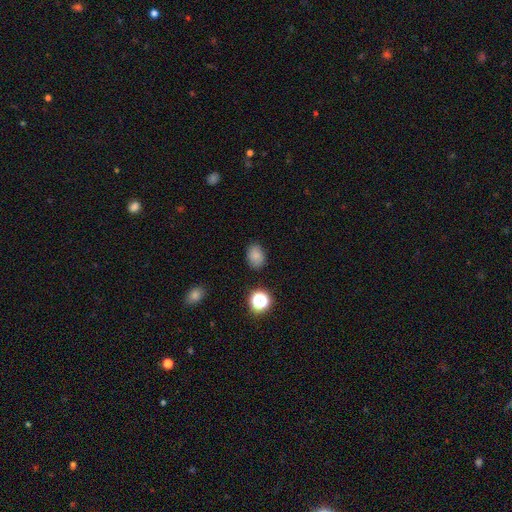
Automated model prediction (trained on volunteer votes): Q: Smooth or featured?
A: smooth (81%); runner-up: star or artifact (13%)
Q: How rounded?
A: in between (67%); runner-up: round (32%)
Q: Merging?
A: none (82%); runner-up: minor disturbance (13%)